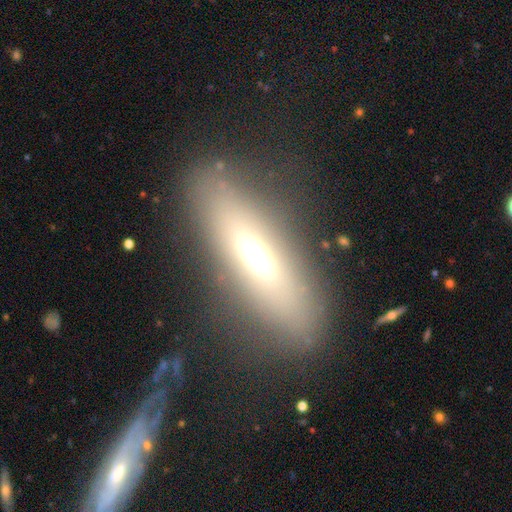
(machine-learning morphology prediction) This is possibly a smooth galaxy (47%). Merging: likely none (75%).